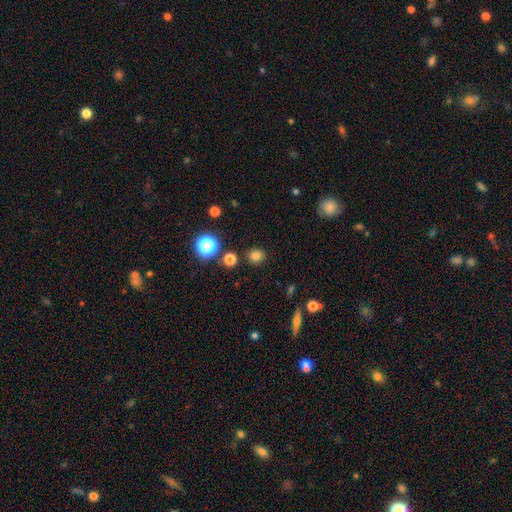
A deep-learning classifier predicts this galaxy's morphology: Overall: smooth (78%). How rounded: round (82%). Merging: none (87%).